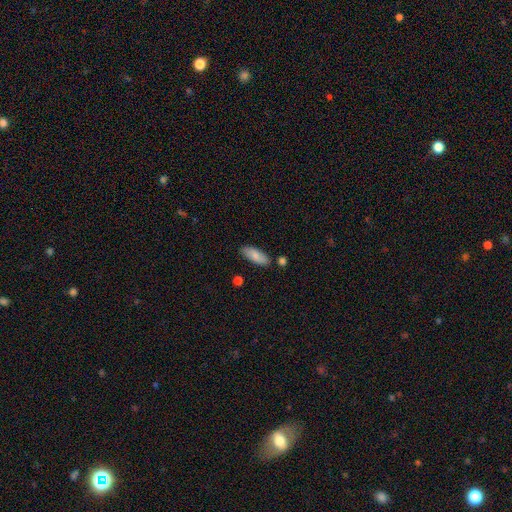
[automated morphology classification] A smooth galaxy with no disk features (80%) that is in between round and cigar-shaped (76%).

Vote fractions:
- Smooth or featured? smooth: 80% / featured or disk: 14% / star or artifact: 6%
- How rounded? in between: 76% / cigar-shaped: 22% / round: 2%
- Merging? none: 80% / minor disturbance: 13% / merger: 4% / major disturbance: 2%